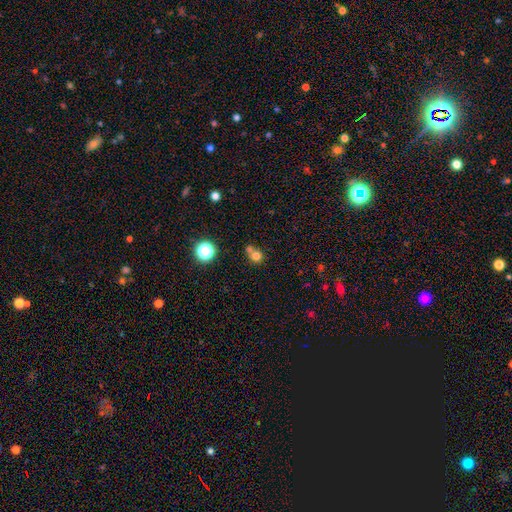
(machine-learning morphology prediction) Smooth or featured? smooth (74%)
How rounded? round (85%)
Merging? none (47%)